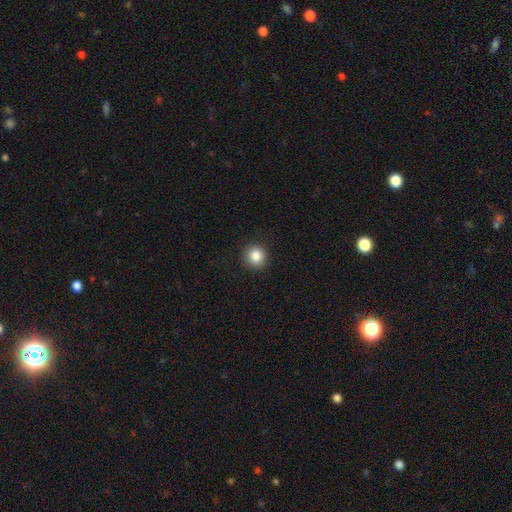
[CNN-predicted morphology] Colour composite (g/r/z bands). It shows a smooth galaxy with no disk features (85%) that is round (90%). Merging: none (91%).